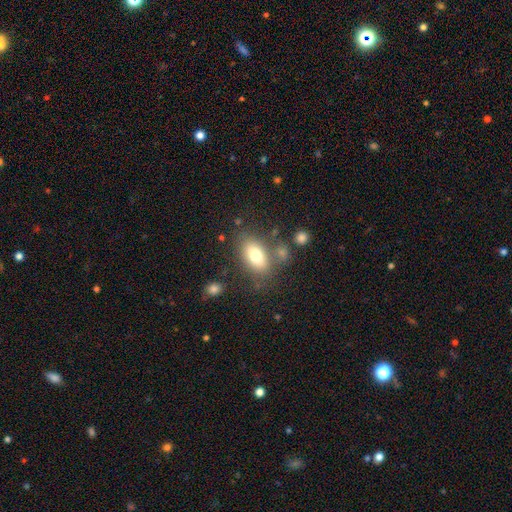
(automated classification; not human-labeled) smooth 75%, featured or disk 16%, star or artifact 9%. Down the decision tree: how rounded — in between (88%); merging — none (70%).